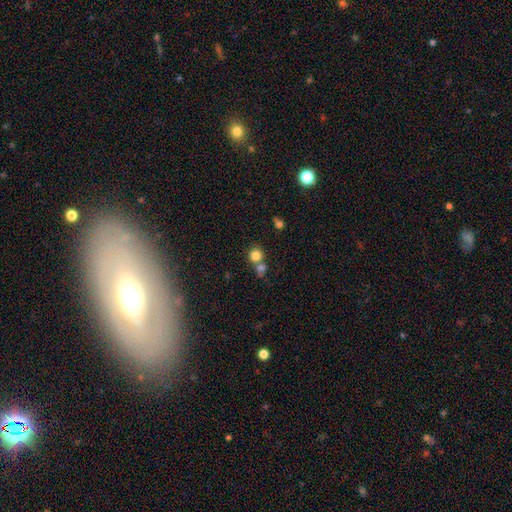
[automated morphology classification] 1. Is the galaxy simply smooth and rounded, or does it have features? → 80% smooth, 12% star or artifact, 8% featured or disk.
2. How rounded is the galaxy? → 88% round, 11% in between, 1% cigar-shaped.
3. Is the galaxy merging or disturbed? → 53% none, 36% merger, 7% minor disturbance, 4% major disturbance.